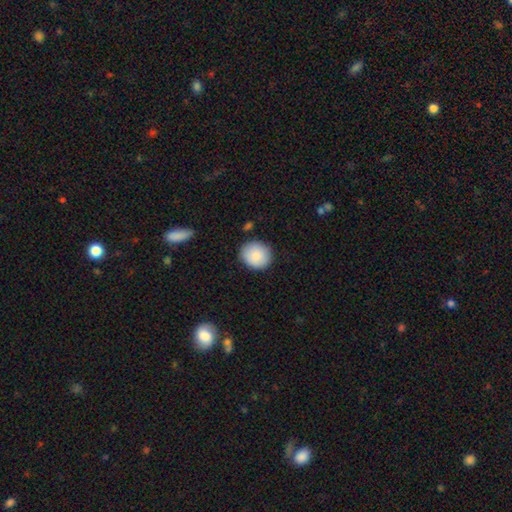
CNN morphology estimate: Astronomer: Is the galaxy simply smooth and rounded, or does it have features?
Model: smooth — 84%.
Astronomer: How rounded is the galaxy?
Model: round — 83%.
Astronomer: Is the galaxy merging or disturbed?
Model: none — 86%.